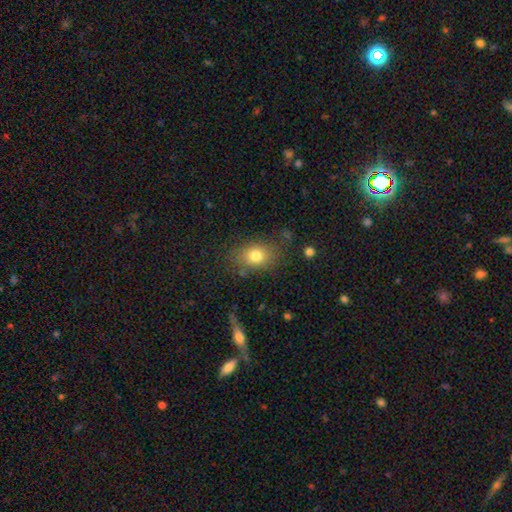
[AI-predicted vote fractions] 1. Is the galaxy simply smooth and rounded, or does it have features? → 78% smooth, 11% star or artifact, 11% featured or disk.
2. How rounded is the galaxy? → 67% in between, 31% round, 2% cigar-shaped.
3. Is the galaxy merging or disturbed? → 76% none, 15% minor disturbance, 6% major disturbance, 3% merger.